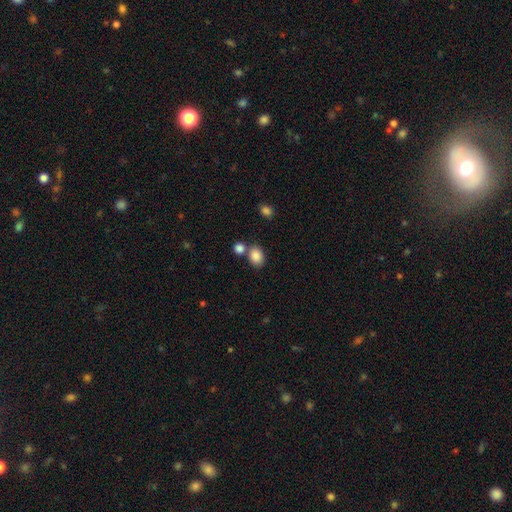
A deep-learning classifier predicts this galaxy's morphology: Smooth or featured? smooth (87%)
How rounded? in between (61%)
Merging? none (60%)